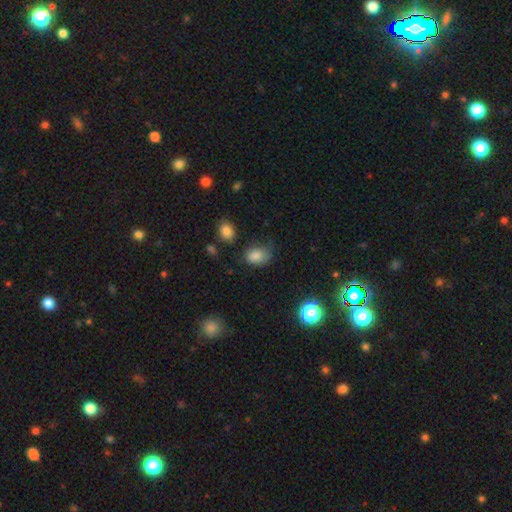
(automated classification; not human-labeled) Q: Smooth or featured?
A: smooth (81%); runner-up: star or artifact (11%)
Q: How rounded?
A: in between (72%); runner-up: round (26%)
Q: Merging?
A: none (49%); runner-up: minor disturbance (34%)